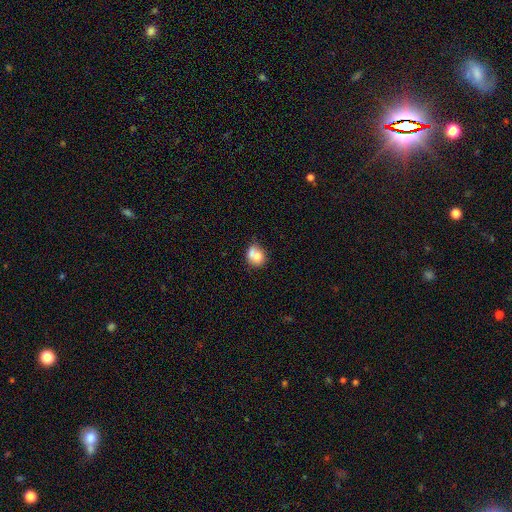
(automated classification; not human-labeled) Smooth or featured? Predicted: smooth (p=0.69). How rounded? Predicted: round (p=0.64). Merging? Predicted: merger (p=0.43).